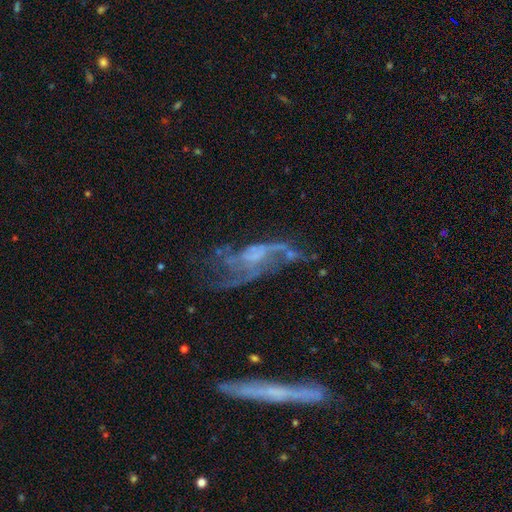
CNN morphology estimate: smooth-or-featured: featured or disk: 72% | smooth: 15% | star or artifact: 13%
  disk-edge-on: no: 88% | yes: 12%
    bar: no: 65% | weak: 28% | strong: 8%
    has-spiral-arms: yes: 69% | no: 31%
    bulge-size: none: 51% | small: 27% | moderate: 18% | large: 4% | dominant: 1%
  merging: none: 39% | major disturbance: 33% | minor disturbance: 18% | merger: 10%